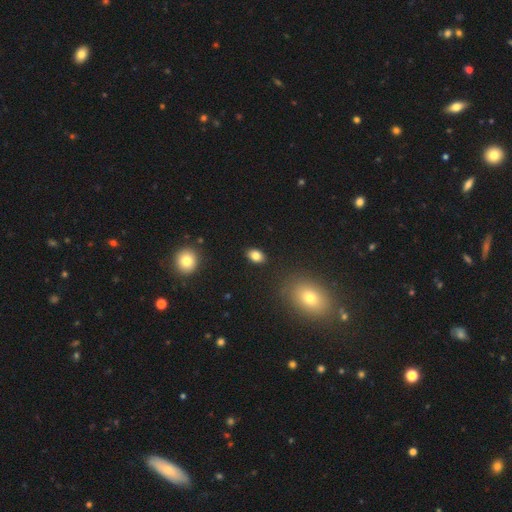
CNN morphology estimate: Smooth or featured? smooth (84%)
How rounded? in between (84%)
Merging? none (88%)